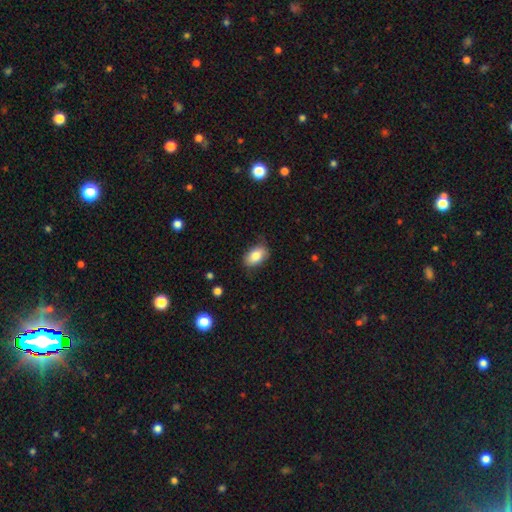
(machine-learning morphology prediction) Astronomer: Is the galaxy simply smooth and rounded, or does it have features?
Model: smooth — 82%.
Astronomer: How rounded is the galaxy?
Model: in between — 89%.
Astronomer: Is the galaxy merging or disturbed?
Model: none — 77%.